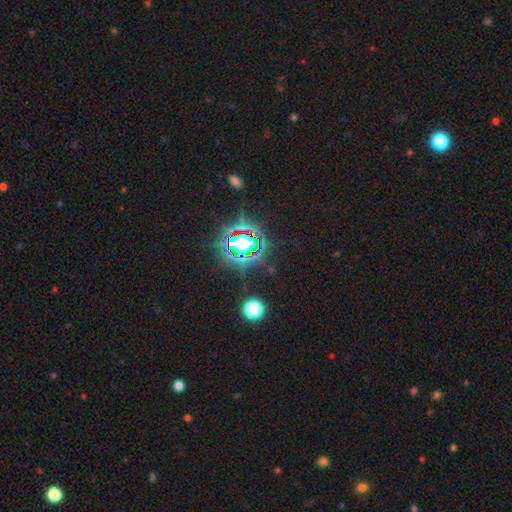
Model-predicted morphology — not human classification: Smooth or featured: star or artifact — 80% (smooth — 13%)